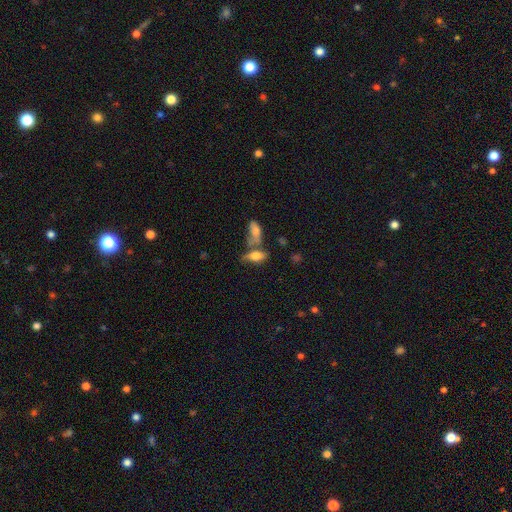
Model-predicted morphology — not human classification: Q: Smooth or featured?
A: smooth (70%); runner-up: featured or disk (21%)
Q: How rounded?
A: in between (79%); runner-up: cigar-shaped (17%)
Q: Merging?
A: none (39%); tied with: merger (39%)